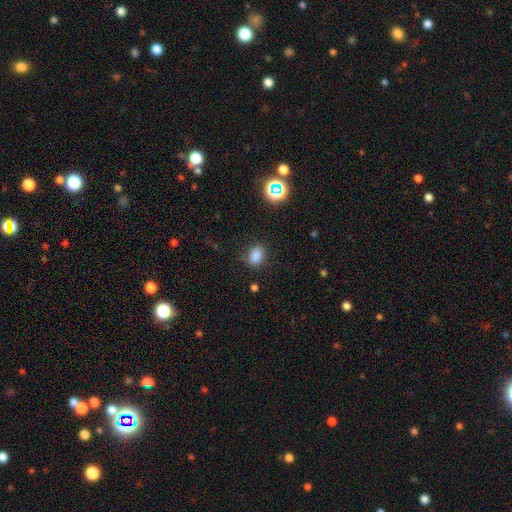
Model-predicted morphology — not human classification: Smooth or featured?
  - smooth: 82% *
  - star or artifact: 14%
  - featured or disk: 5%
How rounded?
  - in between: 64% *
  - round: 35%
  - cigar-shaped: 1%
Merging?
  - none: 79% *
  - minor disturbance: 14%
  - major disturbance: 5%
  - merger: 2%